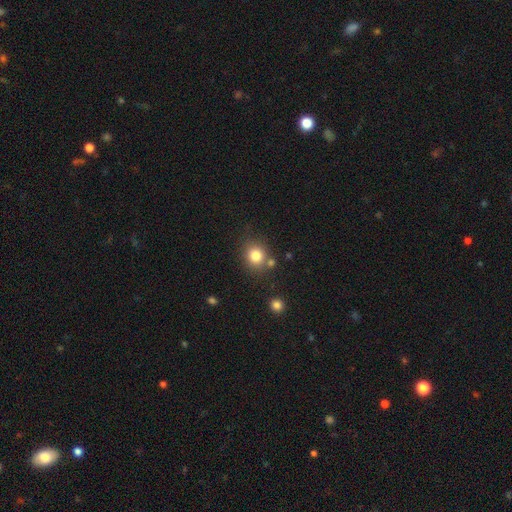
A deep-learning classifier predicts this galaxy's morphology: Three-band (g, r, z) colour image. It shows a smooth galaxy with no disk features (81%) that is round (80%). Merging: none (74%).